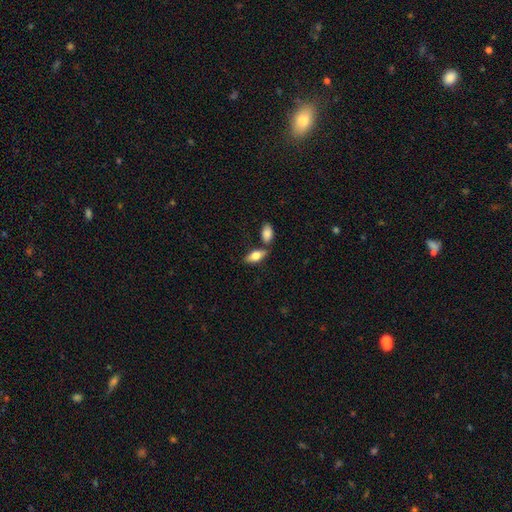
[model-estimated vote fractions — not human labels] A smooth galaxy with no disk features (70%) that is in between round and cigar-shaped (82%).

Vote fractions:
- Smooth or featured? smooth: 70% / featured or disk: 23% / star or artifact: 7%
- How rounded? in between: 82% / cigar-shaped: 14% / round: 3%
- Merging? none: 65% / merger: 20% / minor disturbance: 12% / major disturbance: 3%